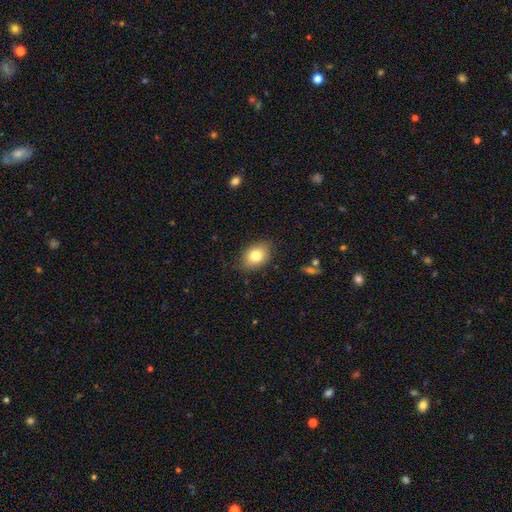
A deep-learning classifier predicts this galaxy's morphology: Smooth or featured?
  - smooth: 80% *
  - featured or disk: 11%
  - star or artifact: 8%
How rounded?
  - in between: 77% *
  - round: 22%
  - cigar-shaped: 1%
Merging?
  - none: 83% *
  - minor disturbance: 13%
  - major disturbance: 3%
  - merger: 1%